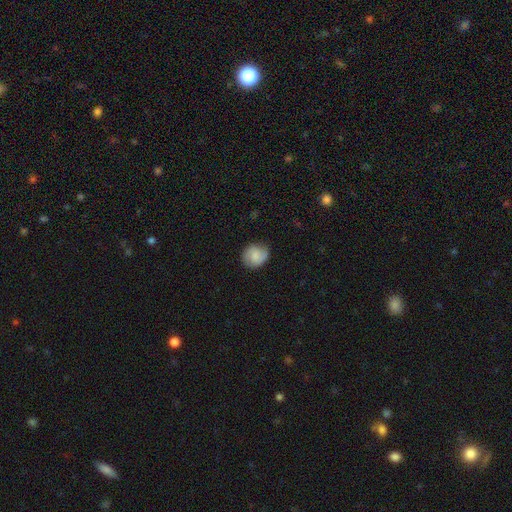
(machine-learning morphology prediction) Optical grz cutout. It shows a smooth galaxy with no disk features (50%) that is round (70%). Merging: none (79%).